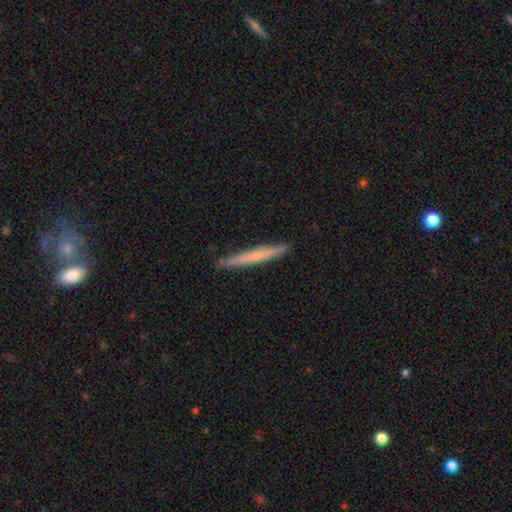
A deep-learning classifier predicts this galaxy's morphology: smooth_or_featured: smooth (p=0.54) [alt: featured or disk p=0.40]
how_rounded: cigar-shaped (p=0.96) [alt: in between p=0.02]
merging: none (p=0.89) [alt: minor disturbance p=0.08]